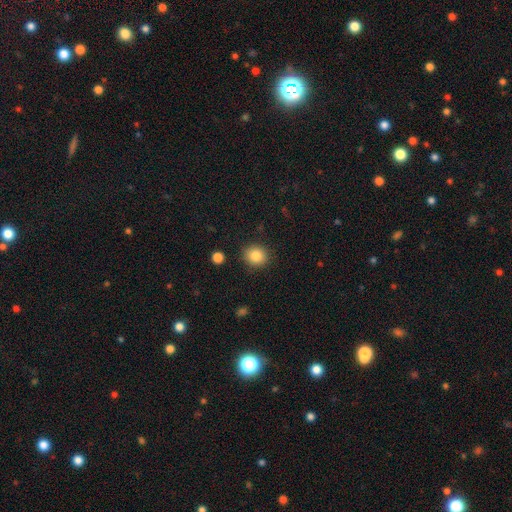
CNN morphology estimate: A smooth galaxy with no disk features (85%) that is round (81%).

Vote fractions:
- Smooth or featured? smooth: 85% / star or artifact: 10% / featured or disk: 6%
- How rounded? round: 81% / in between: 18% / cigar-shaped: 1%
- Merging? none: 89% / minor disturbance: 7% / major disturbance: 2% / merger: 2%